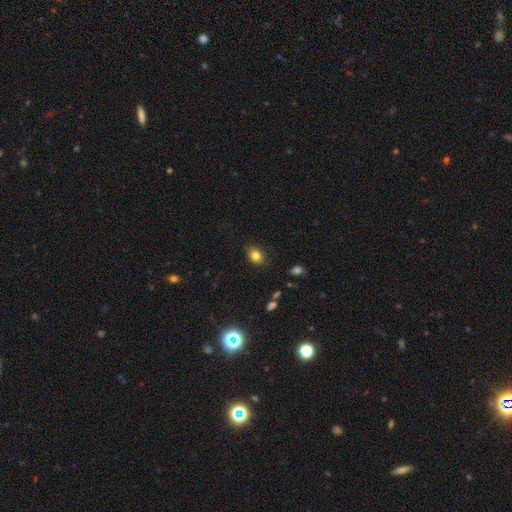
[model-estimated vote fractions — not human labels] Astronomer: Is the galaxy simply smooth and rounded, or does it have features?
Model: smooth — 81%.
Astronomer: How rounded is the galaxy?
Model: in between — 69%.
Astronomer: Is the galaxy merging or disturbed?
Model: none — 82%.